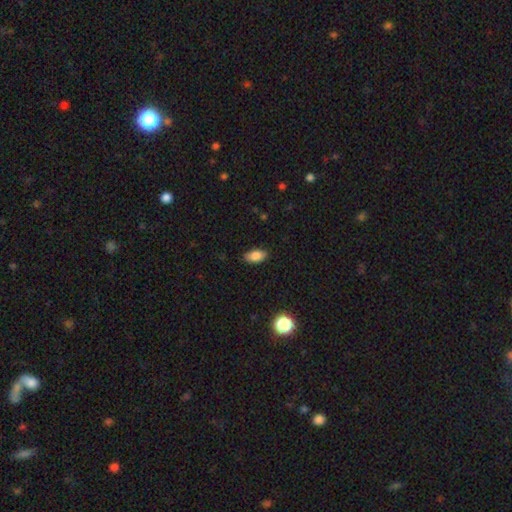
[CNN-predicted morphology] Smooth or featured? Predicted: smooth (p=0.85). How rounded? Predicted: in between (p=0.91). Merging? Predicted: none (p=0.86).